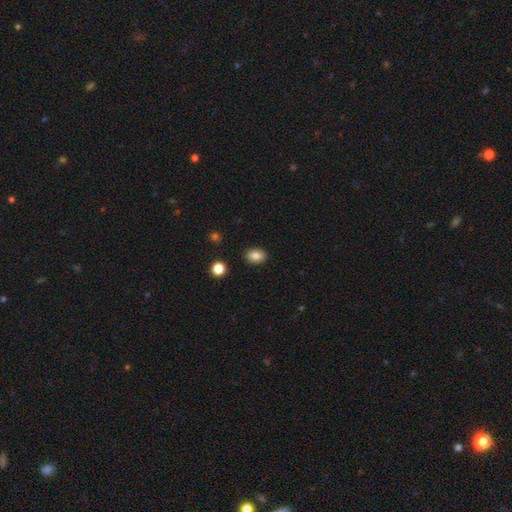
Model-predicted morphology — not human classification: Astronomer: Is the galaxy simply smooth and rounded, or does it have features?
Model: smooth — 84%.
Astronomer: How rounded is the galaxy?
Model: in between — 69%.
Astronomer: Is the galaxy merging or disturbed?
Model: none — 89%.